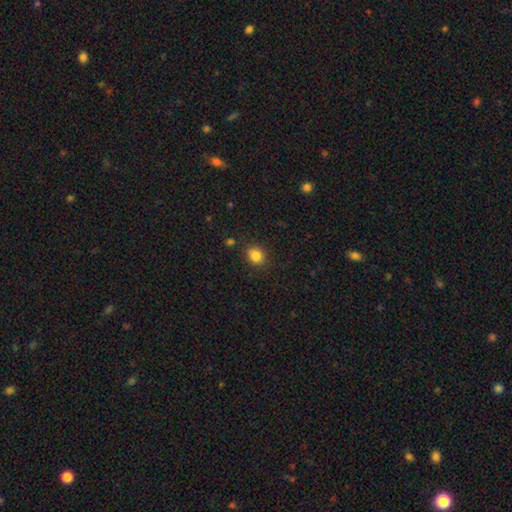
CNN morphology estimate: type=smooth (84%); roundness=round (69%); merging=none (85%).